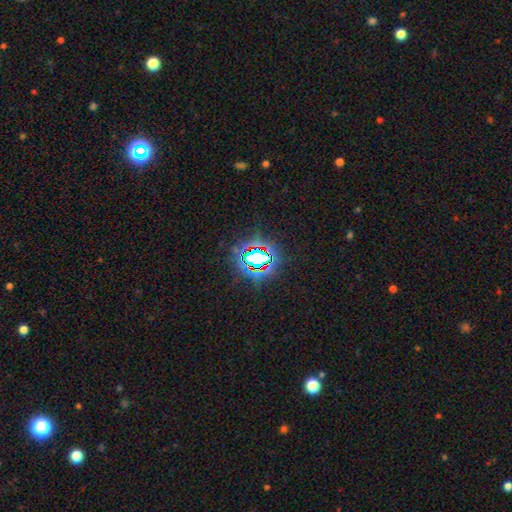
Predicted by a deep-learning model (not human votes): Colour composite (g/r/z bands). It shows a star or artifact, not a galaxy (74%).